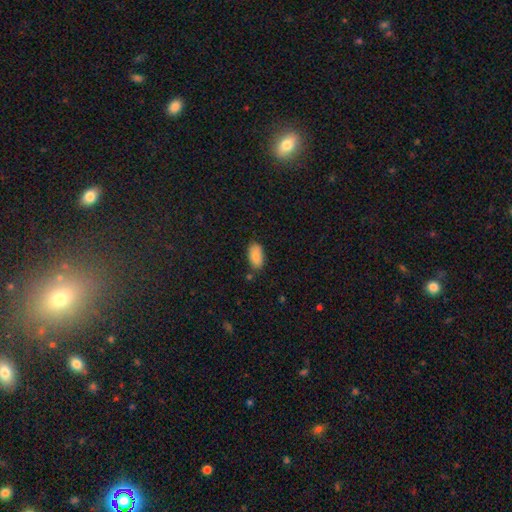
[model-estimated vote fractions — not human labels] smooth-or-featured: smooth: 87% | star or artifact: 7% | featured or disk: 6%
  how-rounded: in between: 94% | cigar-shaped: 3% | round: 3%
  merging: none: 78% | minor disturbance: 15% | merger: 4% | major disturbance: 3%